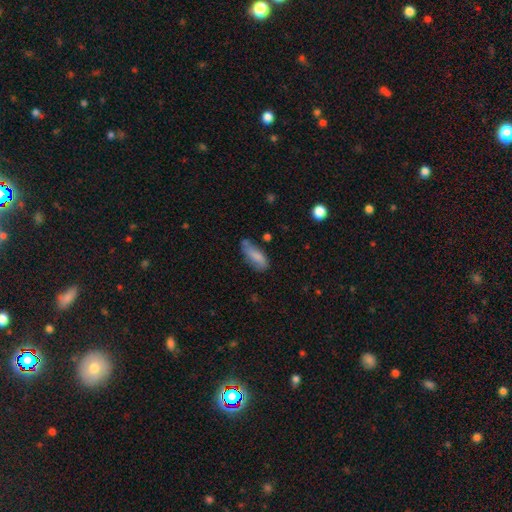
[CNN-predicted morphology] Smooth or featured? Predicted: smooth (p=0.74). How rounded? Predicted: in between (p=0.73). Merging? Predicted: none (p=0.55).